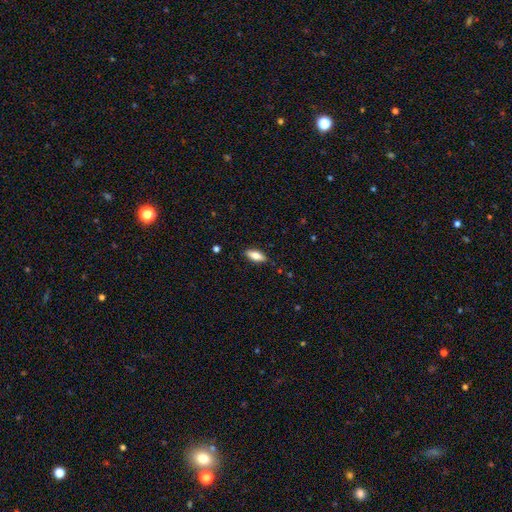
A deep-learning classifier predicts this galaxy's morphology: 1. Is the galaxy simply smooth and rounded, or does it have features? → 77% smooth, 17% featured or disk, 7% star or artifact.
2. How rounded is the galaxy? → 73% in between, 25% cigar-shaped, 2% round.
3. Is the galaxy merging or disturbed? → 86% none, 10% minor disturbance, 2% major disturbance, 1% merger.